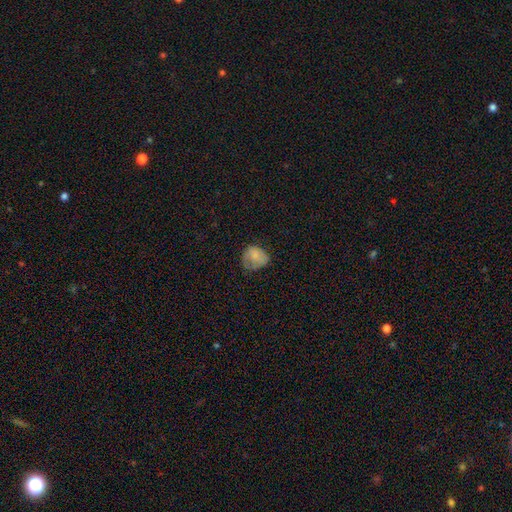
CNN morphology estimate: Overall: smooth (73%). How rounded: round (58%; in between 41%). Merging: none (42%; minor disturbance 34%).